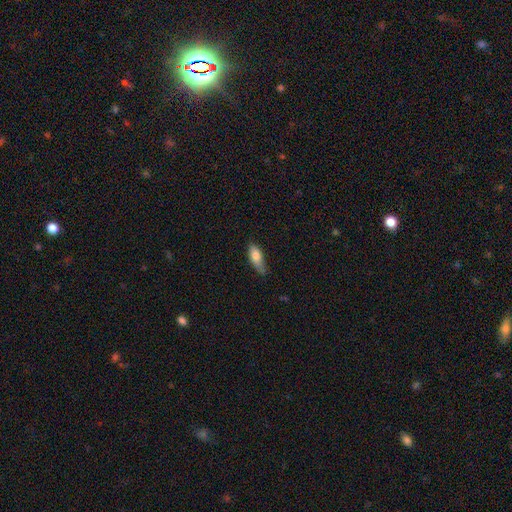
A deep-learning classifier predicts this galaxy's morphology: Overall: smooth (77%). How rounded: in between (70%). Merging: none (53%; minor disturbance 37%).